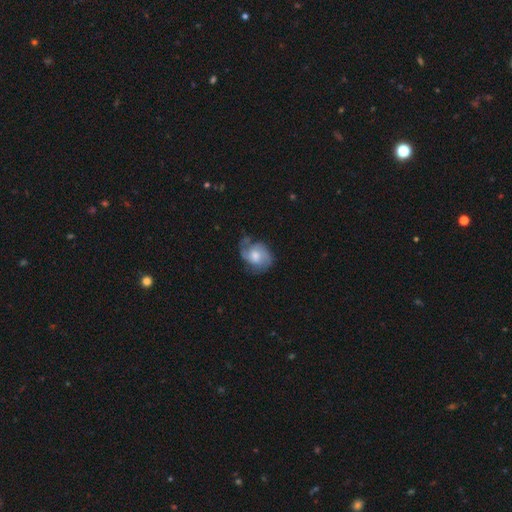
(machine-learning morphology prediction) Smooth or featured? Predicted: featured or disk (p=0.60). Edge-on disk? Predicted: no (p=0.97). Bar? Predicted: no (p=0.68). Spiral arms? Predicted: yes (p=0.85). Spiral winding? Predicted: medium (p=0.46). Spiral arm count? Predicted: 2 (p=0.46). Bulge size? Predicted: moderate (p=0.57). Merging? Predicted: none (p=0.56).